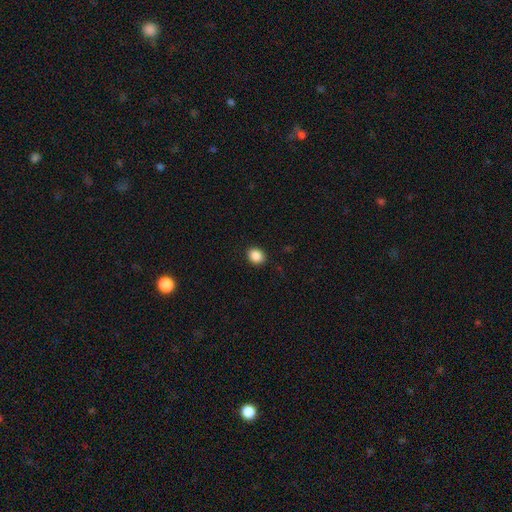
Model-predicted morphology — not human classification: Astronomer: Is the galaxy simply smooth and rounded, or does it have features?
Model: smooth — 88%.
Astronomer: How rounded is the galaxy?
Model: round — 63%.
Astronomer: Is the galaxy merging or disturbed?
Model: none — 90%.